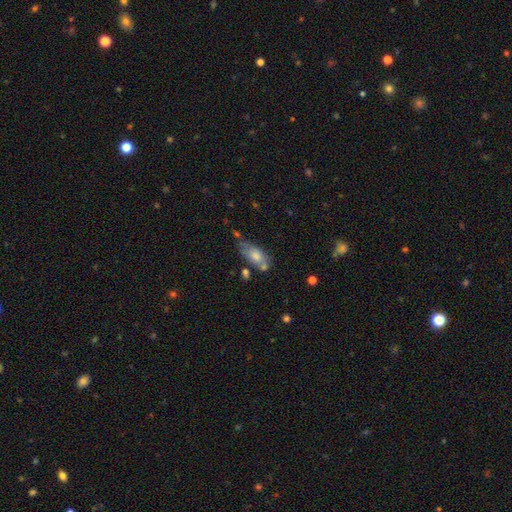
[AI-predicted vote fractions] smooth 69%, featured or disk 23%, star or artifact 7%. Down the decision tree: how rounded — in between (85%); merging — none (45%).